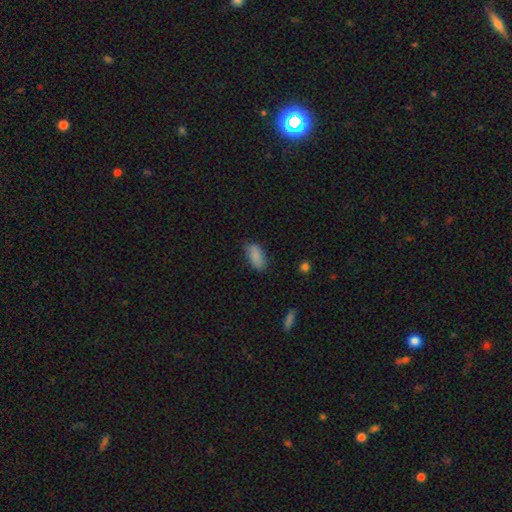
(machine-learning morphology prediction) This is clearly a smooth galaxy (85%). How rounded: clearly in between (89%). Merging: likely none (71%).